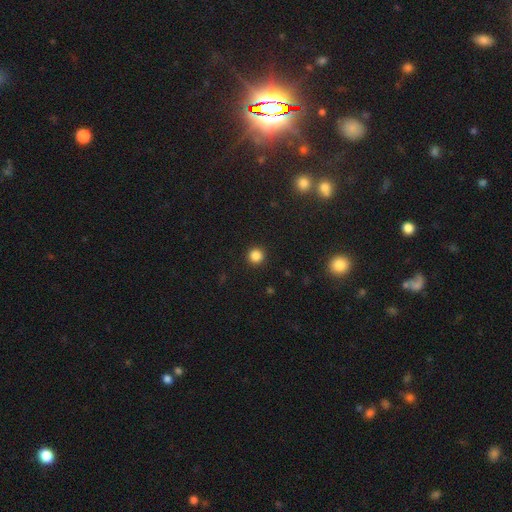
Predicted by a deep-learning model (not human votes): Smooth or featured? smooth (85%)
How rounded? round (95%)
Merging? none (93%)